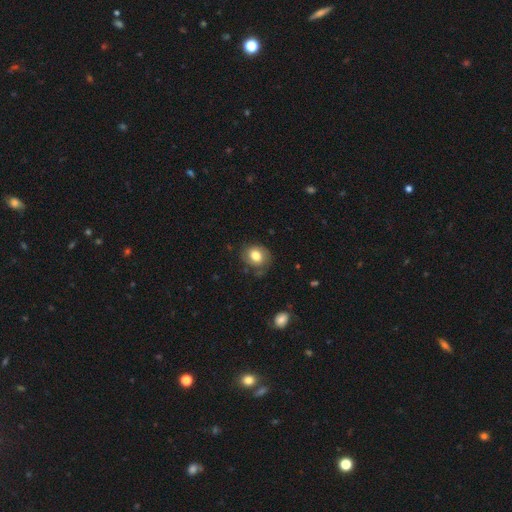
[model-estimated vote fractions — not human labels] Smooth or featured?
  - smooth: 74% *
  - featured or disk: 18%
  - star or artifact: 8%
How rounded?
  - round: 57% *
  - in between: 42%
  - cigar-shaped: 1%
Merging?
  - none: 71% *
  - minor disturbance: 20%
  - major disturbance: 7%
  - merger: 2%